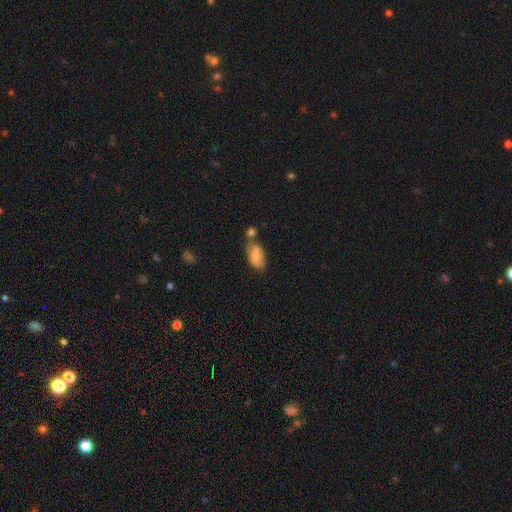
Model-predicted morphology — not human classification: Smooth or featured? Predicted: smooth (p=0.79). How rounded? Predicted: in between (p=0.90). Merging? Predicted: none (p=0.40).